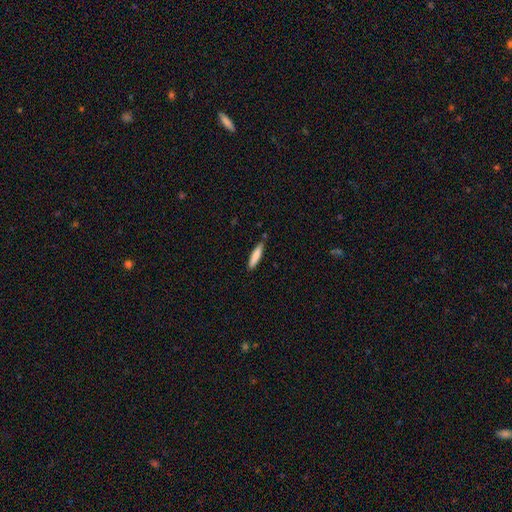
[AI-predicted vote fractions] Smooth or featured?
  - smooth: 81% *
  - featured or disk: 13%
  - star or artifact: 6%
How rounded?
  - cigar-shaped: 83% *
  - in between: 16%
  - round: 1%
Merging?
  - none: 82% *
  - minor disturbance: 13%
  - merger: 3%
  - major disturbance: 2%